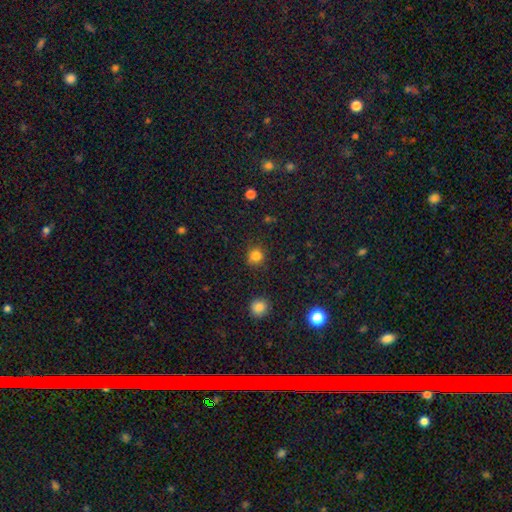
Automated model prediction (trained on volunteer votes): This is clearly a smooth galaxy (83%). How rounded: clearly round (90%). Merging: clearly none (86%).